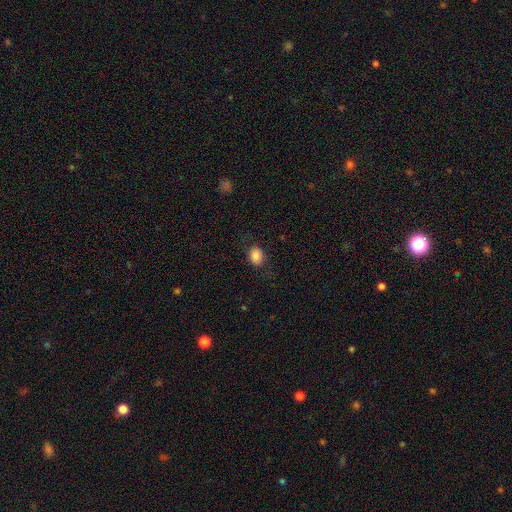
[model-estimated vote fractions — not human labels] The model was most divided on "how rounded": in between: 63%, round: 36%, cigar-shaped: 1%. More confident: smooth or featured — smooth (86%); merging — none (79%).